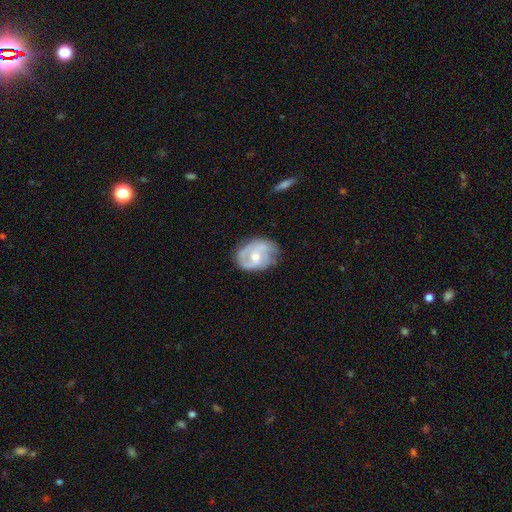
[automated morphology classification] This is likely a featured or disk galaxy (76%). It is clearly not viewed edge-on (98%). Bar: possibly no (58%). Spiral arm pattern: clearly yes (88%). Spiral arm count: marginally 2 (43%). Spiral winding: possibly medium (46%). Central bulge: possibly moderate (55%). Merging: possibly none (58%).